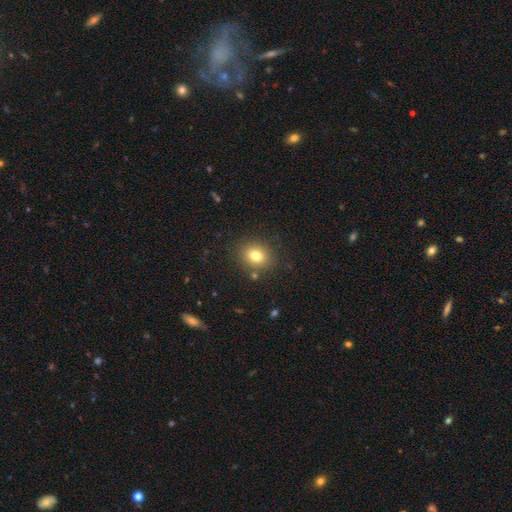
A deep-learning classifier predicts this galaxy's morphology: Smooth or featured? smooth (77%)
How rounded? round (71%)
Merging? none (85%)